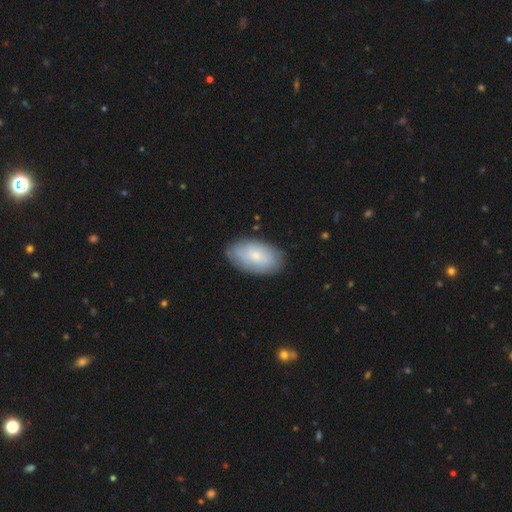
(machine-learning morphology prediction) This is likely a smooth galaxy (67%). How rounded: clearly in between (94%). Merging: clearly none (82%).